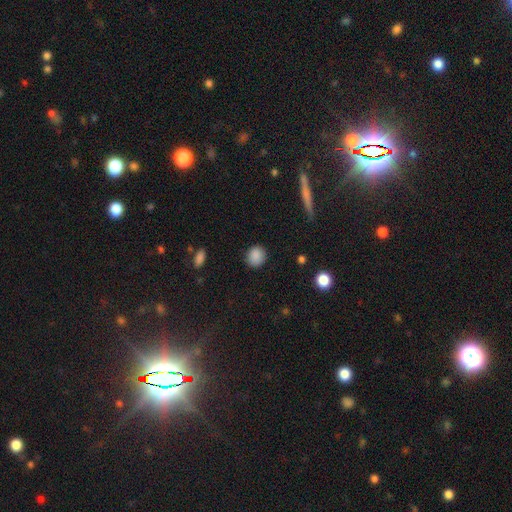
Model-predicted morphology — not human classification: Overall: smooth (88%). How rounded: round (80%). Merging: none (87%).